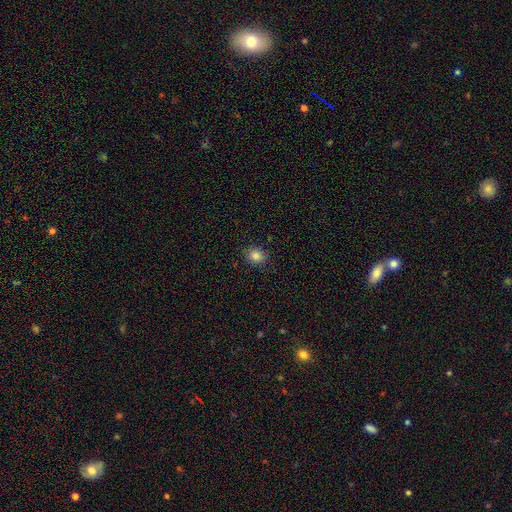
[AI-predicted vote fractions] Smooth or featured?
  - smooth: 84% *
  - star or artifact: 11%
  - featured or disk: 4%
How rounded?
  - round: 69% *
  - in between: 30%
  - cigar-shaped: 1%
Merging?
  - none: 88% *
  - minor disturbance: 8%
  - major disturbance: 2%
  - merger: 1%